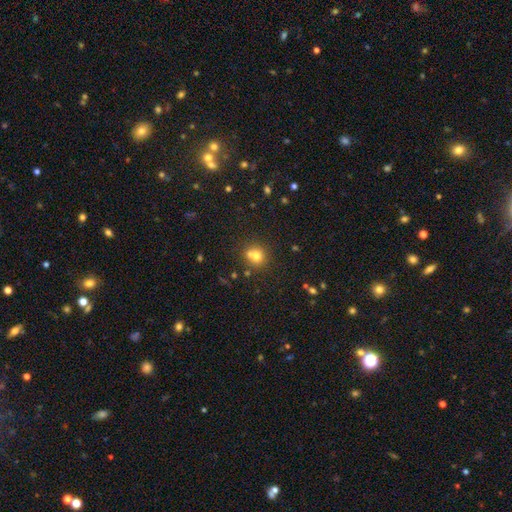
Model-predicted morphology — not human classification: A smooth galaxy with no disk features (71%) that is round (83%).

Vote fractions:
- Smooth or featured? smooth: 71% / star or artifact: 15% / featured or disk: 14%
- How rounded? round: 83% / in between: 16% / cigar-shaped: 1%
- Merging? none: 50% / merger: 37% / minor disturbance: 9% / major disturbance: 4%